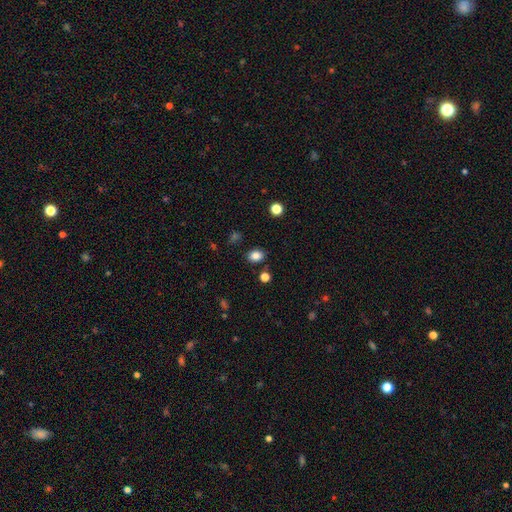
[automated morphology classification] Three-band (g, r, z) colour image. It shows a smooth galaxy with no disk features (83%) that is in between round and cigar-shaped (58%). Merging: none (85%).